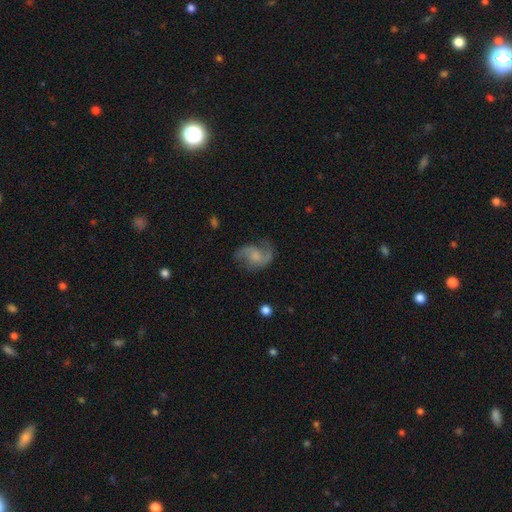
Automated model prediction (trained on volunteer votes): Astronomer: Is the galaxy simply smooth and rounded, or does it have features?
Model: featured or disk — 74%.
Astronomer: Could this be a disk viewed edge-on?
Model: no — 98%.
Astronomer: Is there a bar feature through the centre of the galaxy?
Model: no — 60%.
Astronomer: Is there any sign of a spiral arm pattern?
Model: yes — 93%.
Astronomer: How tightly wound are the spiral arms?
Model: loose — 48% (runner-up: medium, 42%).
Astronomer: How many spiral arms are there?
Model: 2 — 84%.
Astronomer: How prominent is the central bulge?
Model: small — 35% (runner-up: moderate, 30%).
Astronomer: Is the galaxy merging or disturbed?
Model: none — 63%.